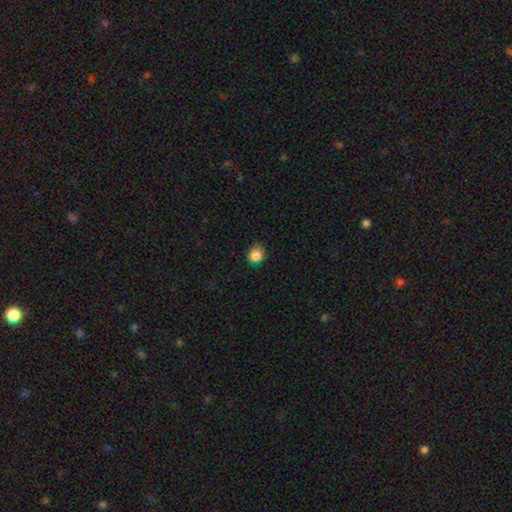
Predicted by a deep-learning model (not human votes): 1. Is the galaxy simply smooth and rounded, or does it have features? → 86% smooth, 11% star or artifact, 3% featured or disk.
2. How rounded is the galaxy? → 84% round, 15% in between, 1% cigar-shaped.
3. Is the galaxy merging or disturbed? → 81% none, 15% minor disturbance, 3% major disturbance, 1% merger.